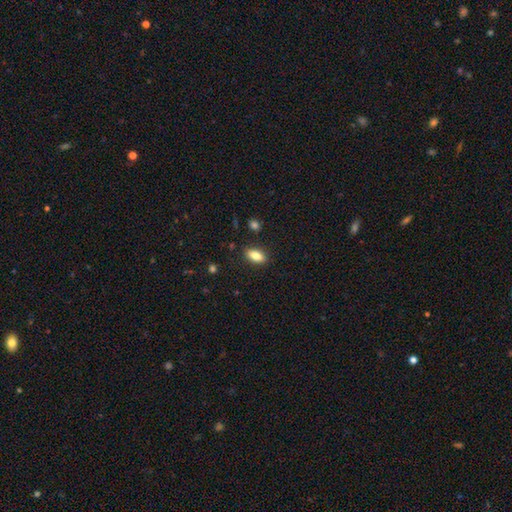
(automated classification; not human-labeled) smooth_or_featured: smooth (p=0.82) [alt: featured or disk p=0.10]
how_rounded: in between (p=0.85) [alt: cigar-shaped p=0.11]
merging: none (p=0.87) [alt: minor disturbance p=0.09]